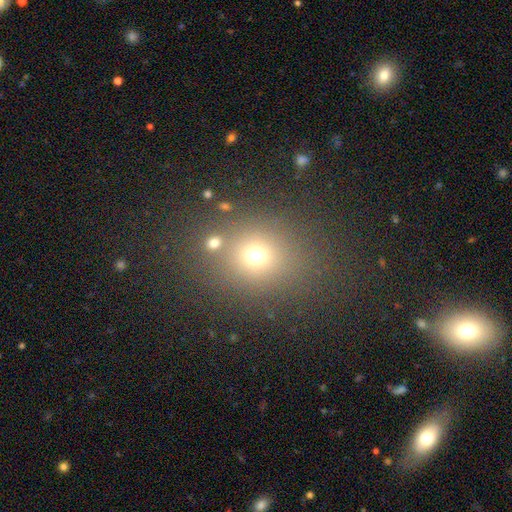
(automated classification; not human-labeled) smooth 67%, star or artifact 22%, featured or disk 10%. Down the decision tree: how rounded — round (73%); merging — none (73%).